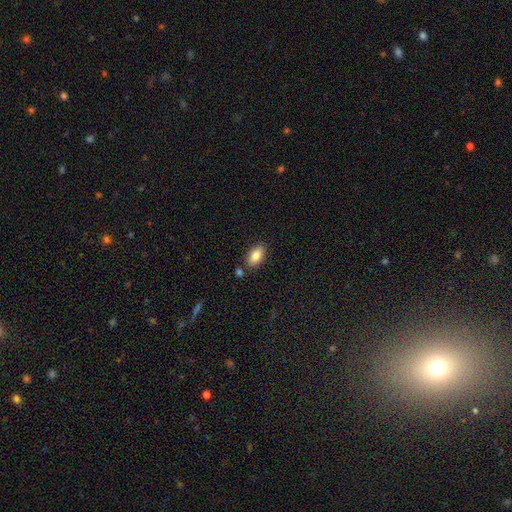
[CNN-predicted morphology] This appears to be a smooth galaxy with no disk features (84%) that is in between round and cigar-shaped (92%). Merging: none (79%).